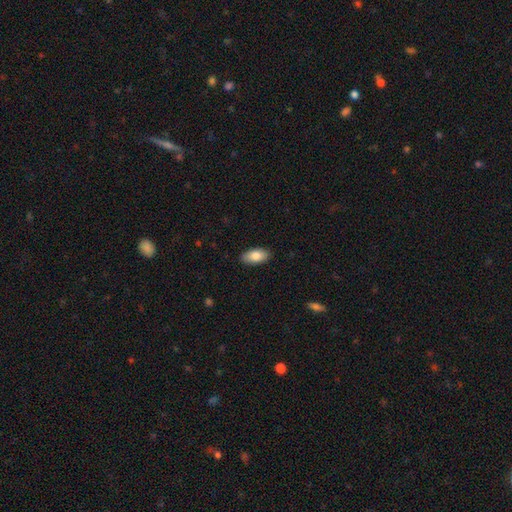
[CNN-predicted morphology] Smooth or featured?
  - smooth: 83% *
  - featured or disk: 11%
  - star or artifact: 6%
How rounded?
  - in between: 92% *
  - cigar-shaped: 5%
  - round: 3%
Merging?
  - none: 89% *
  - minor disturbance: 8%
  - major disturbance: 2%
  - merger: 1%